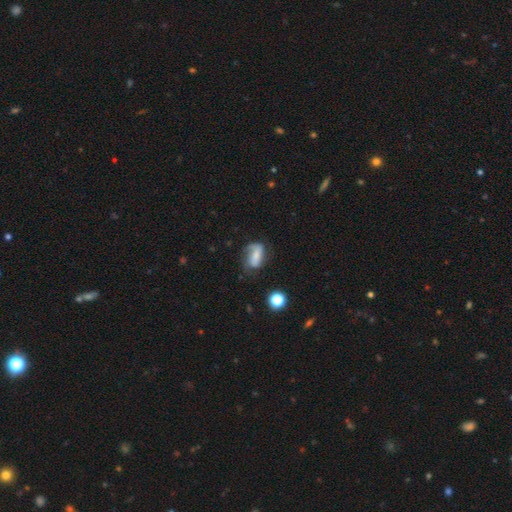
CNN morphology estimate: Smooth or featured? Predicted: smooth (p=0.49). Merging? Predicted: none (p=0.48).